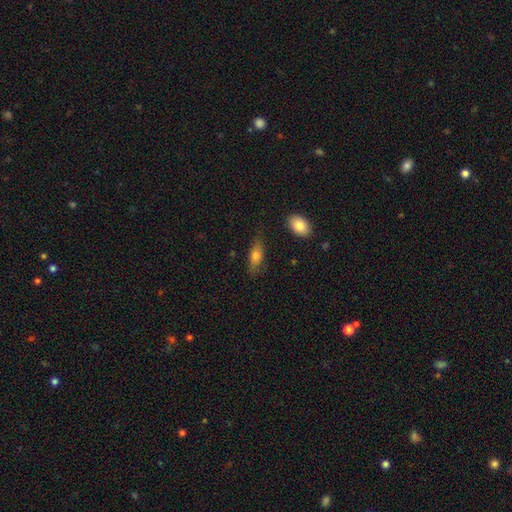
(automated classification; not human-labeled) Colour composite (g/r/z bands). It shows a smooth galaxy with no disk features (72%) that is in between round and cigar-shaped (69%). Merging: none (76%).